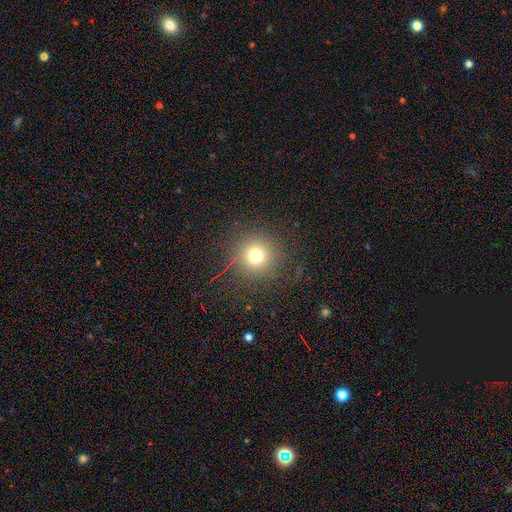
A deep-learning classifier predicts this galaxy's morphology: A smooth galaxy with no disk features (71%) that is round (95%).

Vote fractions:
- Smooth or featured? smooth: 71% / star or artifact: 19% / featured or disk: 9%
- How rounded? round: 95% / in between: 4% / cigar-shaped: 1%
- Merging? none: 87% / minor disturbance: 7% / major disturbance: 4% / merger: 1%